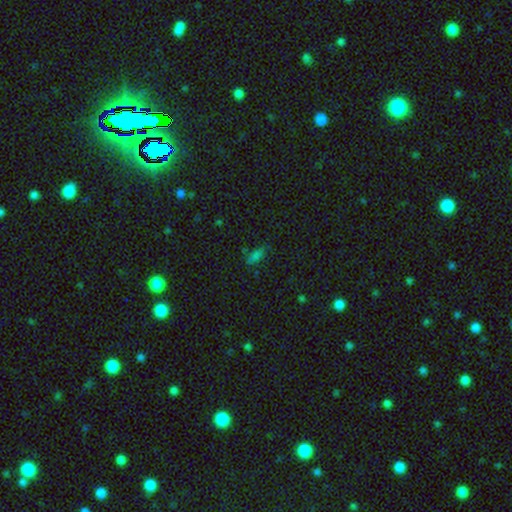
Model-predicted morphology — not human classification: Overall: smooth (66%). How rounded: in between (79%). Merging: none (68%).